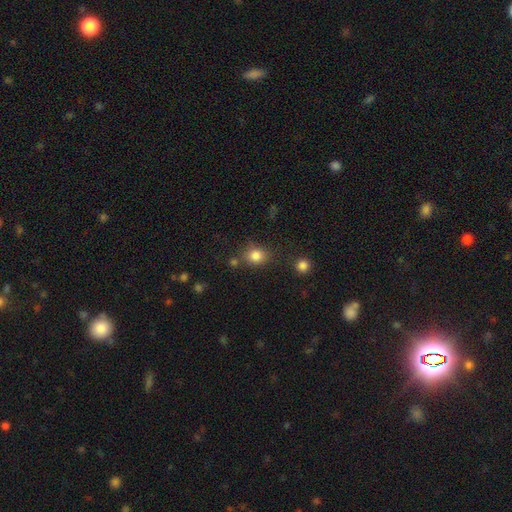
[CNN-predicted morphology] The model was most divided on "how rounded": round: 75%, in between: 24%, cigar-shaped: 1%. More confident: smooth or featured — smooth (83%); merging — none (73%).